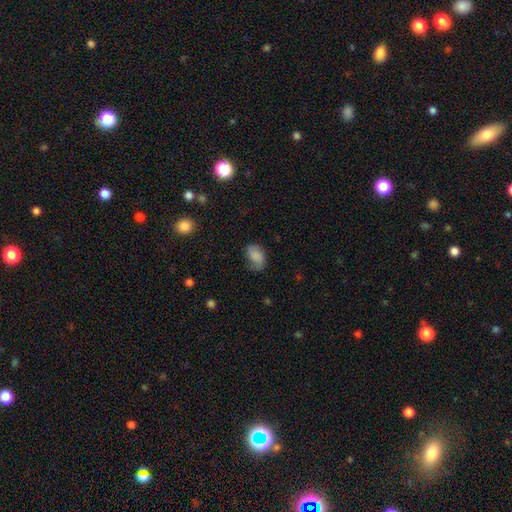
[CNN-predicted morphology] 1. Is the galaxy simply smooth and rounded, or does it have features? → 78% smooth, 13% featured or disk, 9% star or artifact.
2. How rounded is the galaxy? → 89% in between, 9% round, 2% cigar-shaped.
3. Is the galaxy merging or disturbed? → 57% none, 31% minor disturbance, 11% major disturbance, 2% merger.